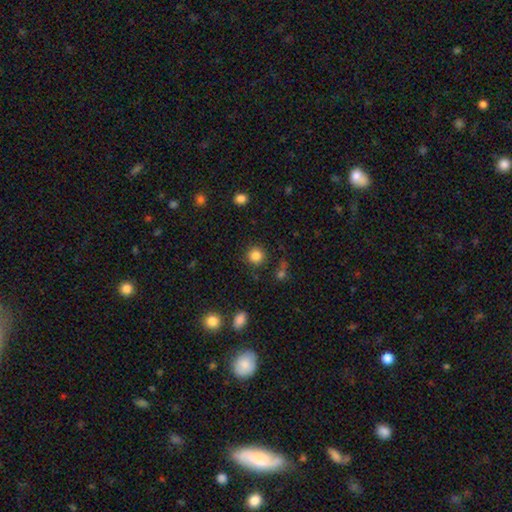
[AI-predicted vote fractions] A smooth galaxy with no disk features (85%) that is round (93%).

Vote fractions:
- Smooth or featured? smooth: 85% / star or artifact: 11% / featured or disk: 4%
- How rounded? round: 93% / in between: 6% / cigar-shaped: 1%
- Merging? none: 88% / minor disturbance: 7% / major disturbance: 3% / merger: 3%